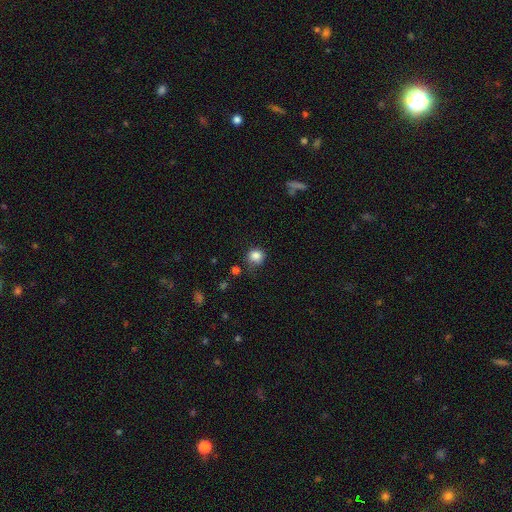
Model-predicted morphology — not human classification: Smooth or featured? smooth (85%)
How rounded? round (83%)
Merging? none (68%)